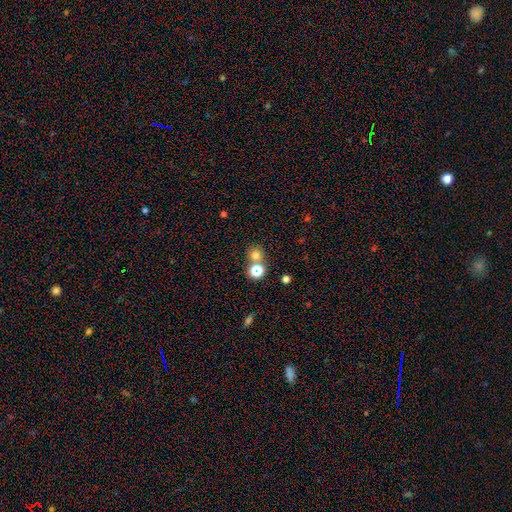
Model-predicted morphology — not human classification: The model was most divided on "merging": none: 63%, merger: 27%, minor disturbance: 7%, major disturbance: 3%. More confident: how rounded — round (88%); smooth or featured — smooth (71%).